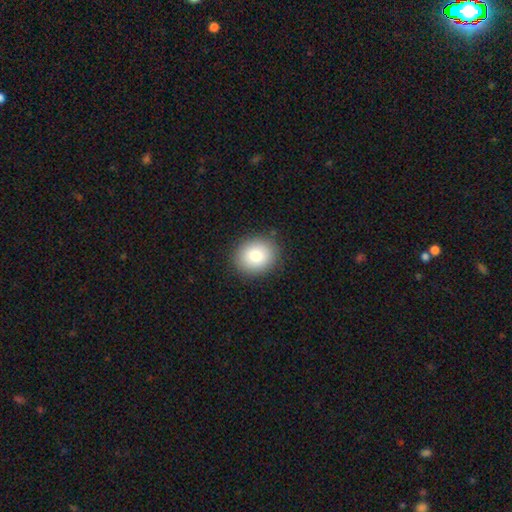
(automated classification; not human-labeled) smooth 80%, featured or disk 11%, star or artifact 10%. Down the decision tree: how rounded — round (74%); merging — none (89%).